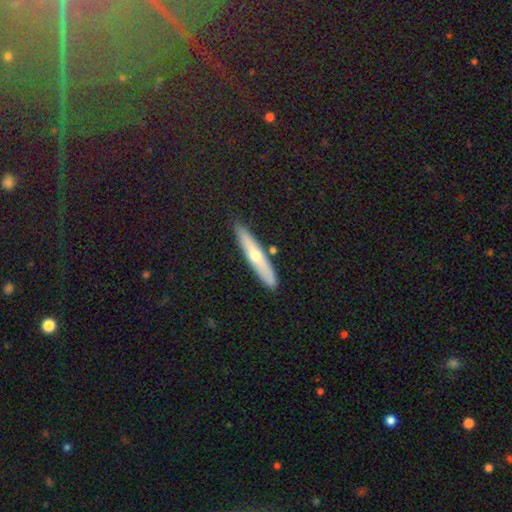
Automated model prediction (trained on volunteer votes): Smooth or featured?
  - featured or disk: 47% *
  - smooth: 45%
  - star or artifact: 8%
Merging?
  - none: 88% *
  - minor disturbance: 8%
  - merger: 2%
  - major disturbance: 2%